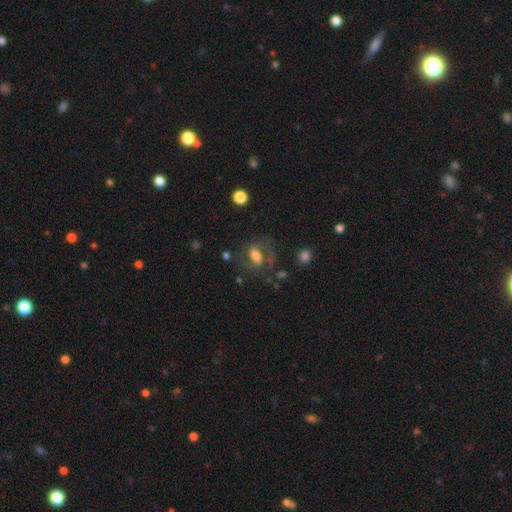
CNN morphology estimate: Overall: featured or disk (61%; smooth 29%). Edge-on disk: no (95%). Bar: weak (42%; strong 30%). Spiral arms: yes (84%). Bulge size: moderate (41%; large 34%). Merging: none (62%).